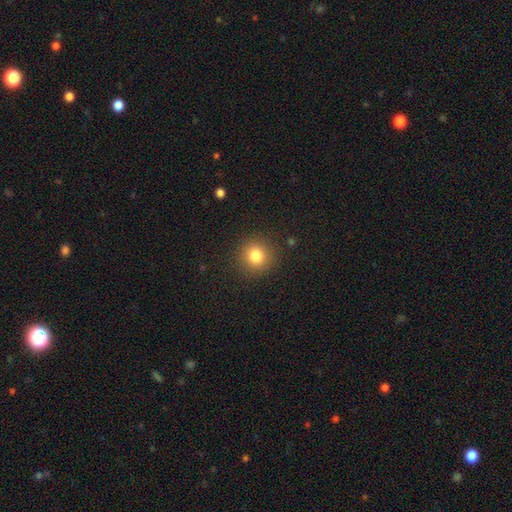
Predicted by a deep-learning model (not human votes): smooth 81%, star or artifact 12%, featured or disk 7%. Down the decision tree: how rounded — round (92%); merging — none (89%).